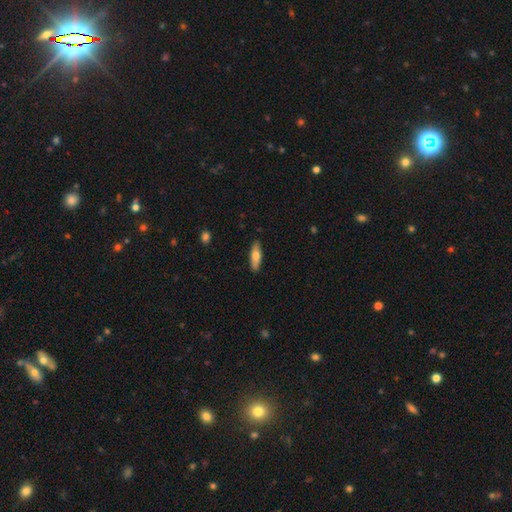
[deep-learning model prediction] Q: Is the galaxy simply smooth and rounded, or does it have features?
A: smooth — 68%.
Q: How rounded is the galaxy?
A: cigar-shaped — 52%.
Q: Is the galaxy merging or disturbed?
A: none — 89%.